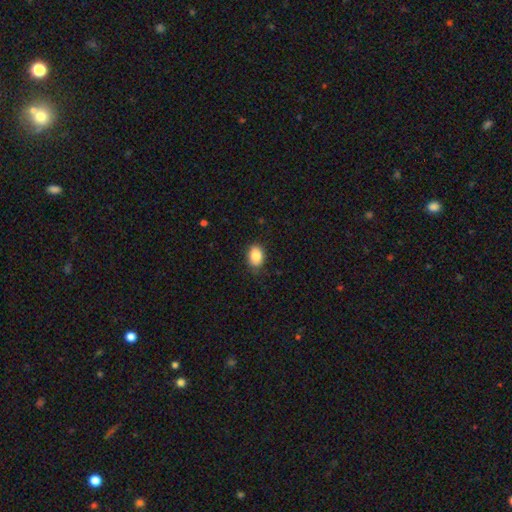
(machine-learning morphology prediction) Smooth or featured?
  - smooth: 86% *
  - star or artifact: 8%
  - featured or disk: 6%
How rounded?
  - in between: 77% *
  - round: 22%
  - cigar-shaped: 1%
Merging?
  - none: 82% *
  - minor disturbance: 14%
  - major disturbance: 3%
  - merger: 1%